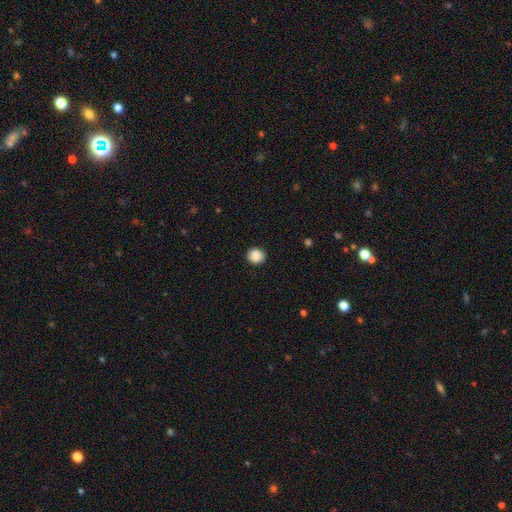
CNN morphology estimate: smooth_or_featured: smooth (p=0.85) [alt: star or artifact p=0.09]
how_rounded: round (p=0.79) [alt: in between p=0.20]
merging: none (p=0.90) [alt: minor disturbance p=0.07]